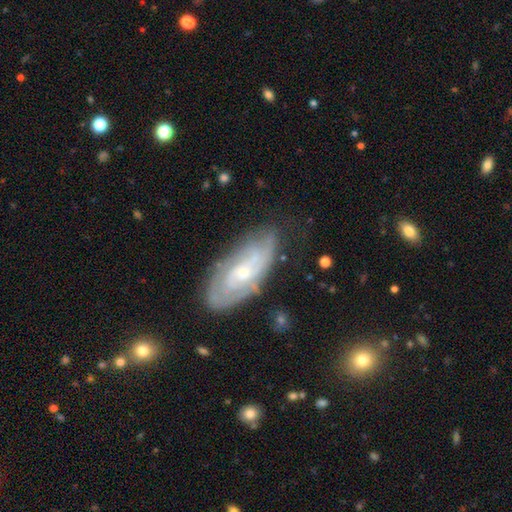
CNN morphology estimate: type=featured or disk (77%); edge-on=no (92%); bar=no (70%); spiral arms=yes (88%); winding=tight (57%); arm count=can't tell (44%); bulge=small (75%); merging=none (67%).